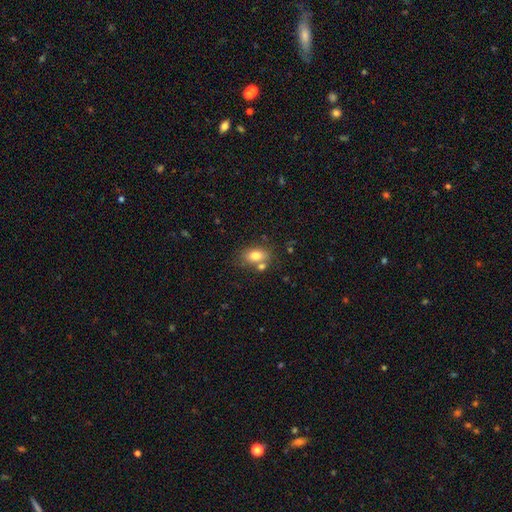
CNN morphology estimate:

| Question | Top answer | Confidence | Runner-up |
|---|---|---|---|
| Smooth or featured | smooth | 79% | featured or disk (12%) |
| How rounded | in between | 82% | round (17%) |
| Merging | none | 62% | merger (19%) |